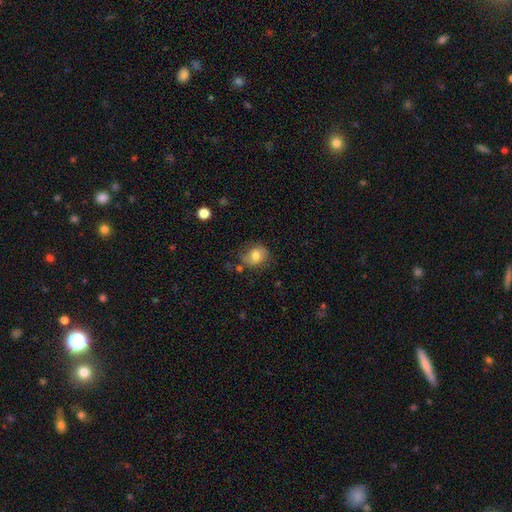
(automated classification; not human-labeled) Smooth or featured?
  - smooth: 77% *
  - featured or disk: 14%
  - star or artifact: 9%
How rounded?
  - round: 52% *
  - in between: 47%
  - cigar-shaped: 1%
Merging?
  - none: 67% *
  - minor disturbance: 22%
  - major disturbance: 7%
  - merger: 4%